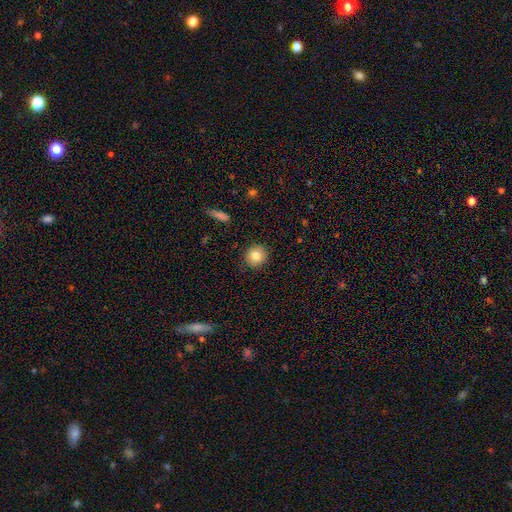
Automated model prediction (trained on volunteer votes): smooth_or_featured: smooth (p=0.82) [alt: star or artifact p=0.09]
how_rounded: round (p=0.89) [alt: in between p=0.10]
merging: none (p=0.91) [alt: minor disturbance p=0.06]